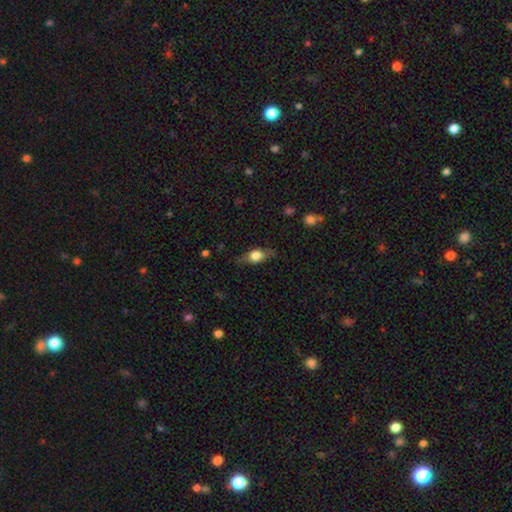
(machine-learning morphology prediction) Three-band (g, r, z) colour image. It shows a smooth galaxy with no disk features (62%) that is in between round and cigar-shaped (68%). Merging: none (72%).